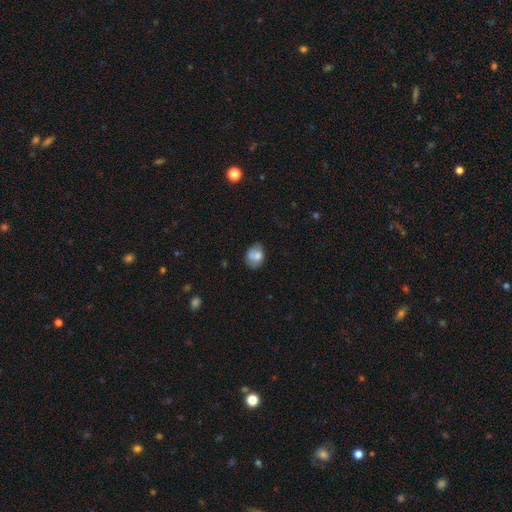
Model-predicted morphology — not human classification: A smooth galaxy with no disk features (70%) that is in between round and cigar-shaped (58%).

Vote fractions:
- Smooth or featured? smooth: 70% / featured or disk: 21% / star or artifact: 9%
- How rounded? in between: 58% / round: 41% / cigar-shaped: 1%
- Merging? none: 51% / minor disturbance: 29% / merger: 10% / major disturbance: 10%